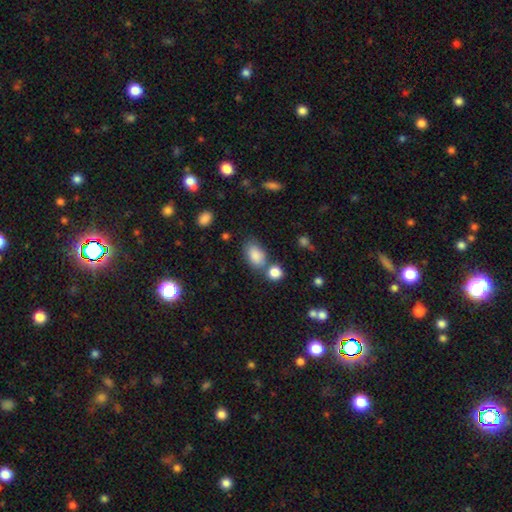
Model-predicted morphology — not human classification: A smooth galaxy with no disk features (85%) that is in between round and cigar-shaped (89%).

Vote fractions:
- Smooth or featured? smooth: 85% / star or artifact: 8% / featured or disk: 7%
- How rounded? in between: 89% / round: 9% / cigar-shaped: 2%
- Merging? none: 57% / merger: 20% / minor disturbance: 17% / major disturbance: 6%